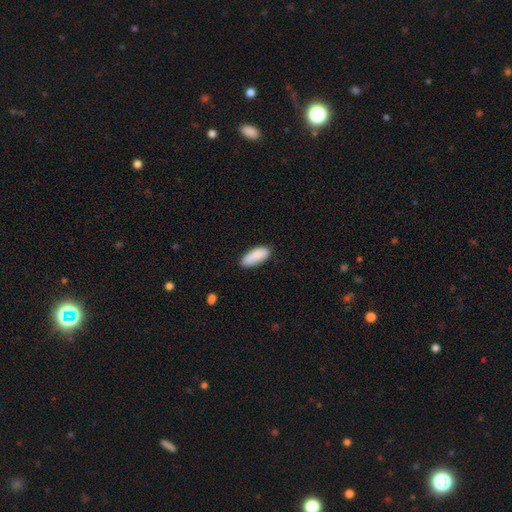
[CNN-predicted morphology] Smooth or featured? smooth (87%)
How rounded? in between (77%)
Merging? none (81%)